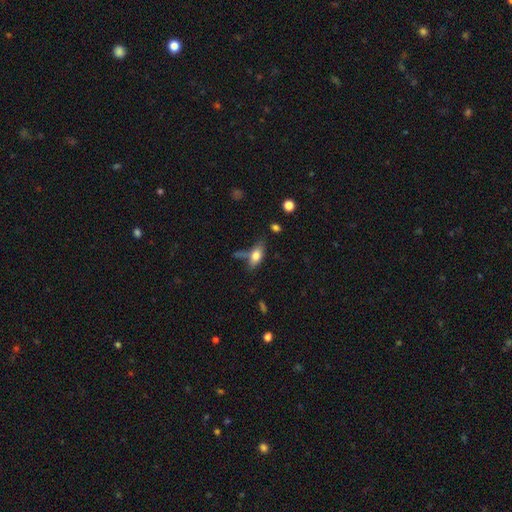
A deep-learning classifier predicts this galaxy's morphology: The model was most divided on "merging": none: 57%, minor disturbance: 21%, merger: 13%, major disturbance: 9%. More confident: how rounded — in between (80%); smooth or featured — smooth (71%).